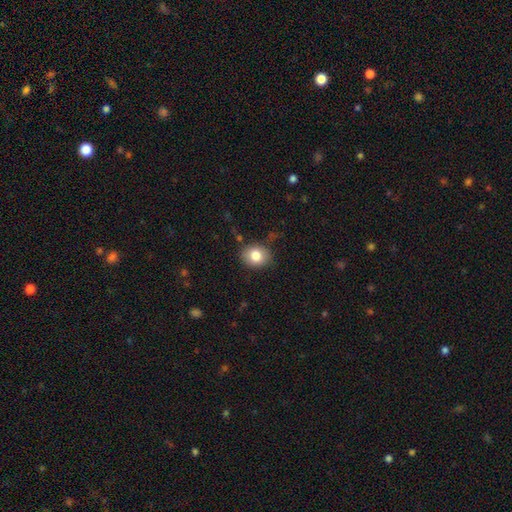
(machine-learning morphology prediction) This appears to be a smooth galaxy with no disk features (81%) that is round (55%). Merging: none (82%).